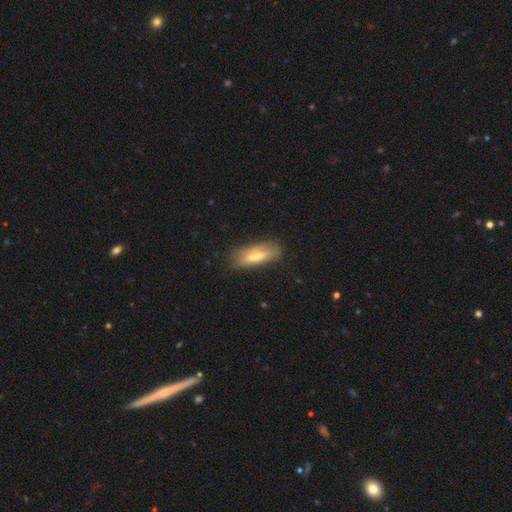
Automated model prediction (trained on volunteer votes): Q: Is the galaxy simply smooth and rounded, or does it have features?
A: smooth — 63%.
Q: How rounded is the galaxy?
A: in between — 53%.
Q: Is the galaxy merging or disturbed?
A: none — 80%.